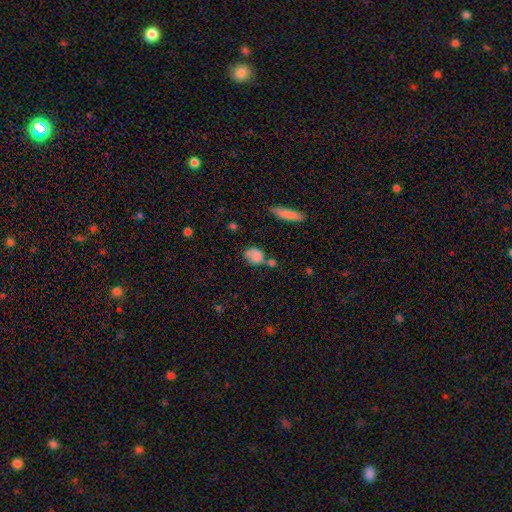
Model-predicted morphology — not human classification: Smooth or featured?
  - smooth: 70% *
  - featured or disk: 21%
  - star or artifact: 10%
How rounded?
  - in between: 59% *
  - round: 37%
  - cigar-shaped: 4%
Merging?
  - none: 44% *
  - minor disturbance: 24%
  - merger: 18%
  - major disturbance: 14%